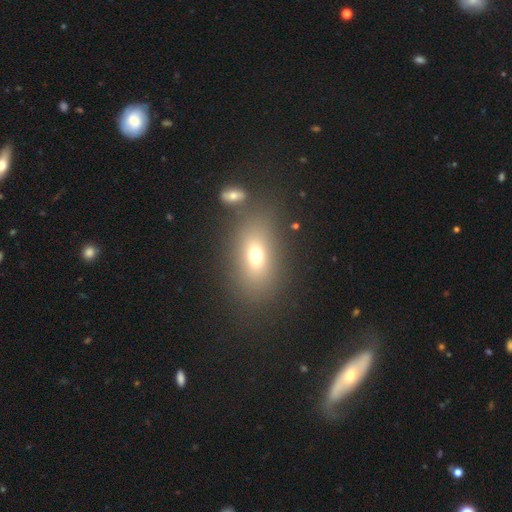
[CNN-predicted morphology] A smooth galaxy with no disk features (68%) that is in between round and cigar-shaped (77%). Merging: none (73%).